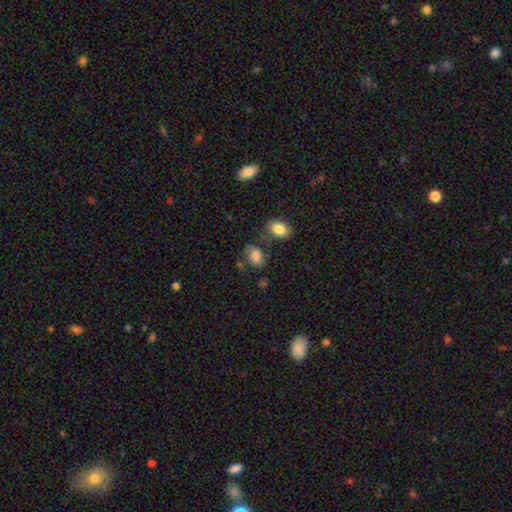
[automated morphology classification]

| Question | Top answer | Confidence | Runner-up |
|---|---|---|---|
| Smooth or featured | smooth | 75% | featured or disk (15%) |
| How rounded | in between | 80% | round (18%) |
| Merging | none | 51% | minor disturbance (24%) |